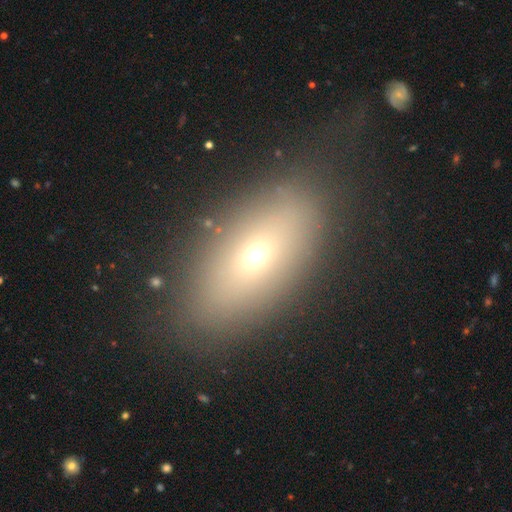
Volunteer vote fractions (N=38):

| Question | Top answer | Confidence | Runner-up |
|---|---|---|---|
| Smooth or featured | smooth | 53% | featured or disk (39%) |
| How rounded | in between | 85% | round (10%) |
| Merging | none | 71% | major disturbance (14%) |